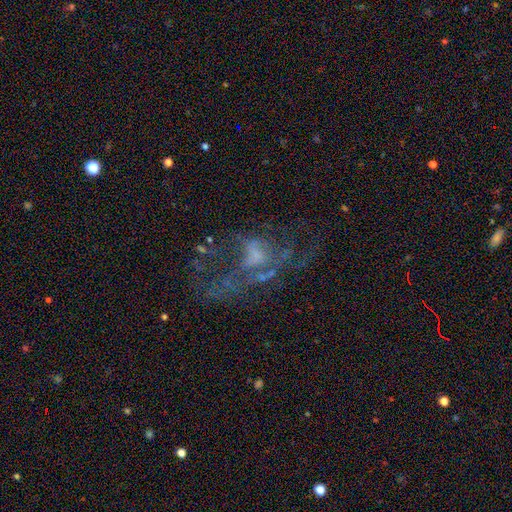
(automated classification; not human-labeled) Smooth or featured? featured or disk (62%)
Edge-on disk? no (95%)
Bar? no (72%)
Spiral arms? no (67%)
Bulge size? none (44%)
Merging? major disturbance (49%)